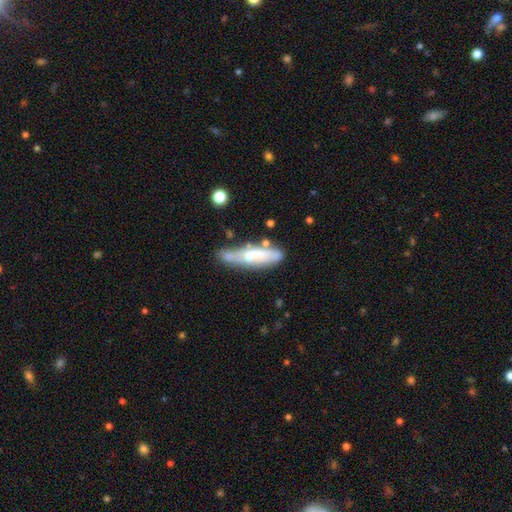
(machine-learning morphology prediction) Overall: featured or disk (47%; smooth 45%). Merging: none (57%; minor disturbance 25%).